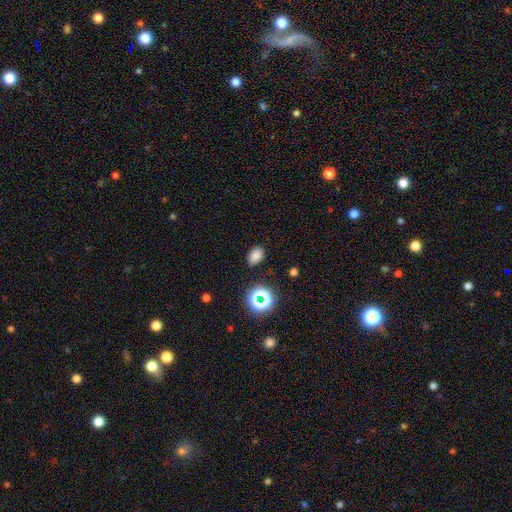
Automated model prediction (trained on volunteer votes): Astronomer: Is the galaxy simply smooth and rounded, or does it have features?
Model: smooth — 78%.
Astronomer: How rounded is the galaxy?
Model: in between — 77%.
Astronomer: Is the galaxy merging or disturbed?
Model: none — 85%.